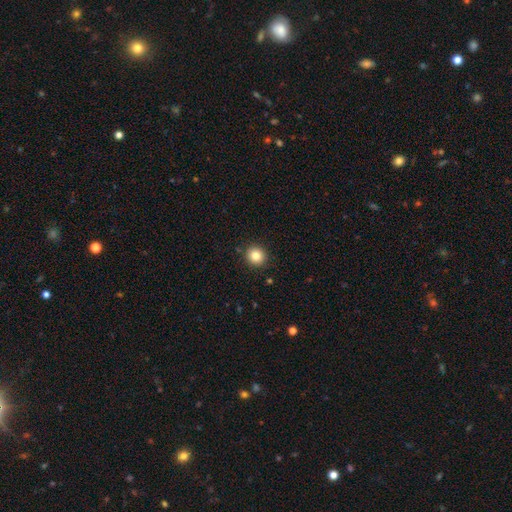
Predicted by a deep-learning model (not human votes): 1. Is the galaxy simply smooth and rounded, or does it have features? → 84% smooth, 11% star or artifact, 6% featured or disk.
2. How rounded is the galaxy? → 91% round, 8% in between, 1% cigar-shaped.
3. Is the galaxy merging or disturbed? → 90% none, 6% minor disturbance, 2% major disturbance, 1% merger.